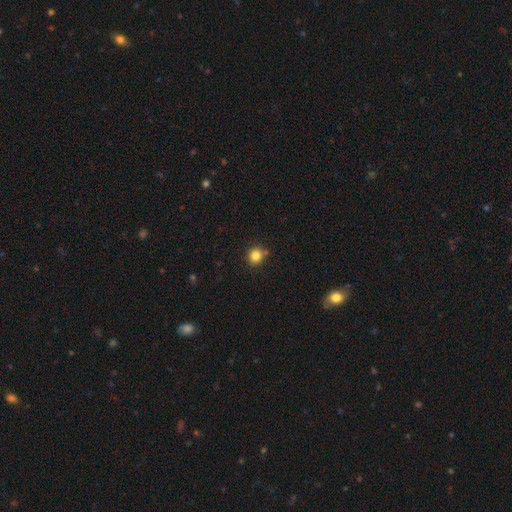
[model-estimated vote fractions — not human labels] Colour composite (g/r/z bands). It shows a smooth galaxy with no disk features (84%) that is round (87%). Merging: none (82%).